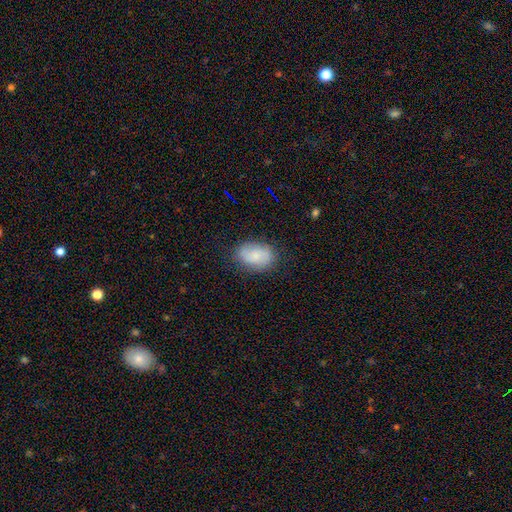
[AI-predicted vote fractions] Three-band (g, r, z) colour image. It shows a smooth galaxy with no disk features (66%) that is in between round and cigar-shaped (85%). Merging: none (77%).